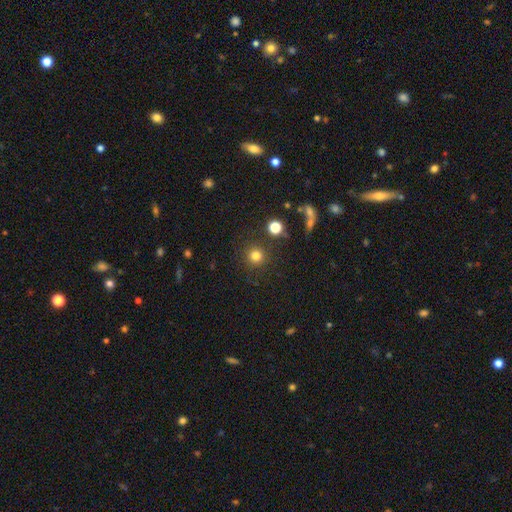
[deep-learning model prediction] Q: Smooth or featured?
A: smooth (80%); runner-up: star or artifact (14%)
Q: How rounded?
A: round (94%); runner-up: in between (5%)
Q: Merging?
A: none (87%); runner-up: minor disturbance (7%)